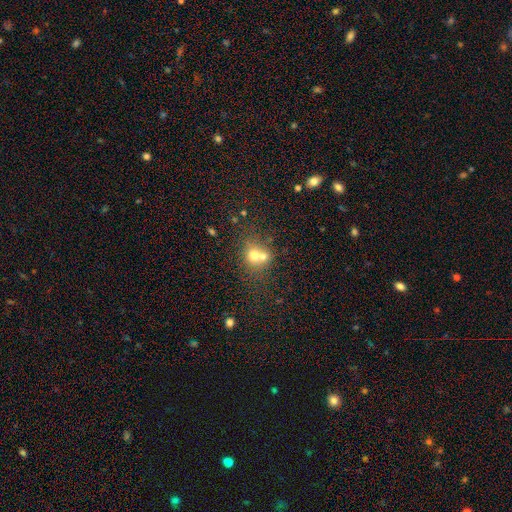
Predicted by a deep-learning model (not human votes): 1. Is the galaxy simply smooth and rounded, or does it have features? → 66% smooth, 20% featured or disk, 14% star or artifact.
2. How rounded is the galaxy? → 73% round, 26% in between, 1% cigar-shaped.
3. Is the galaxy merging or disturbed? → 55% merger, 34% none, 7% minor disturbance, 4% major disturbance.